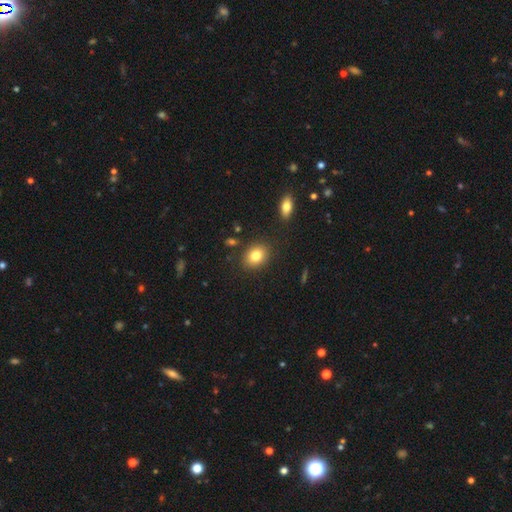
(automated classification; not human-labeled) Morphology: type=smooth (81%); roundness=in between (56%); merging=none (86%).